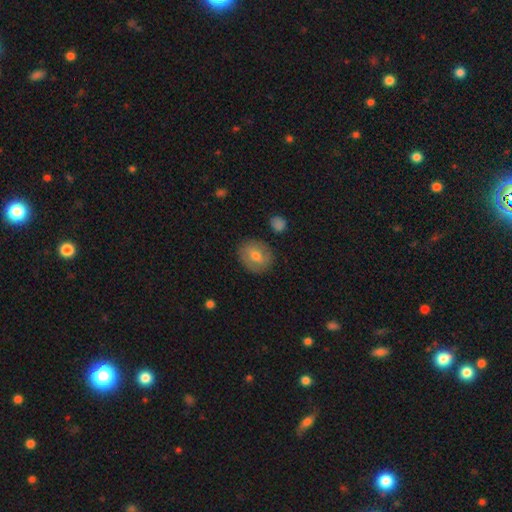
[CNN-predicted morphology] Smooth or featured? smooth (63%)
How rounded? round (59%)
Merging? none (83%)